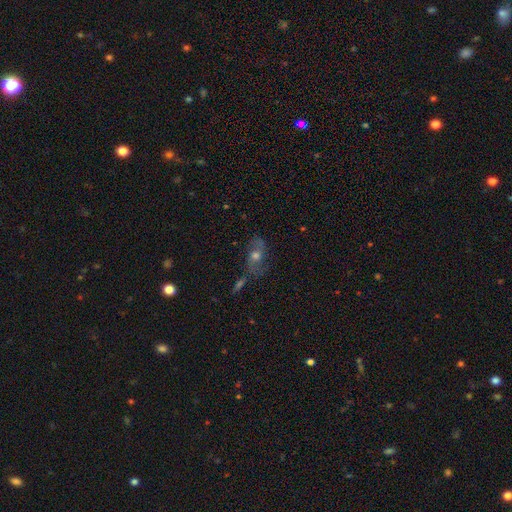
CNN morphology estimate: Smooth or featured?
  - featured or disk: 62% *
  - smooth: 22%
  - star or artifact: 16%
Edge-on disk?
  - no: 91% *
  - yes: 9%
Bar?
  - no: 66% *
  - weak: 28%
  - strong: 6%
Spiral arms?
  - yes: 82% *
  - no: 18%
Bulge size?
  - moderate: 65% *
  - large: 18%
  - small: 13%
  - none: 2%
  - dominant: 2%
Merging?
  - none: 67% *
  - minor disturbance: 16%
  - major disturbance: 9%
  - merger: 8%